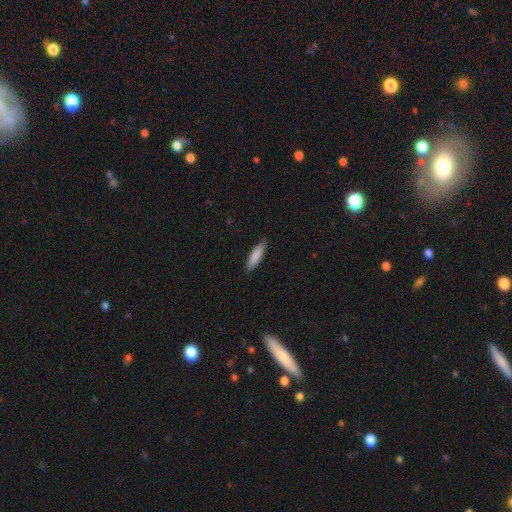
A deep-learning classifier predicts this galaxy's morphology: Q: Smooth or featured?
A: smooth (87%); runner-up: featured or disk (8%)
Q: How rounded?
A: cigar-shaped (69%); runner-up: in between (29%)
Q: Merging?
A: none (88%); runner-up: minor disturbance (9%)